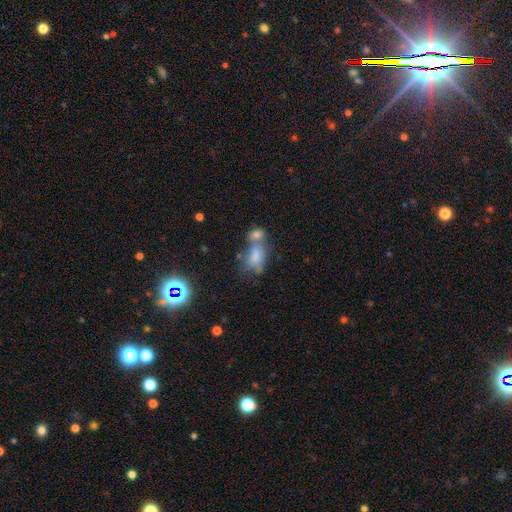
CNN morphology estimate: Smooth or featured: smooth — 70% (featured or disk — 17%)
How rounded: in between — 83% (round — 13%)
Merging: merger — 50% (none — 27%)